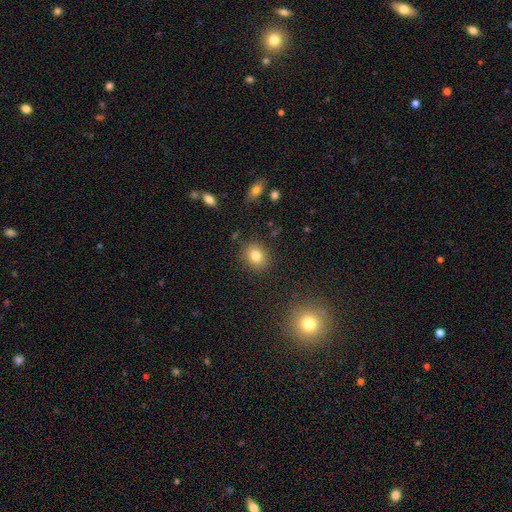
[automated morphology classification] This appears to be a smooth galaxy with no disk features (81%) that is round (56%). Merging: none (85%).